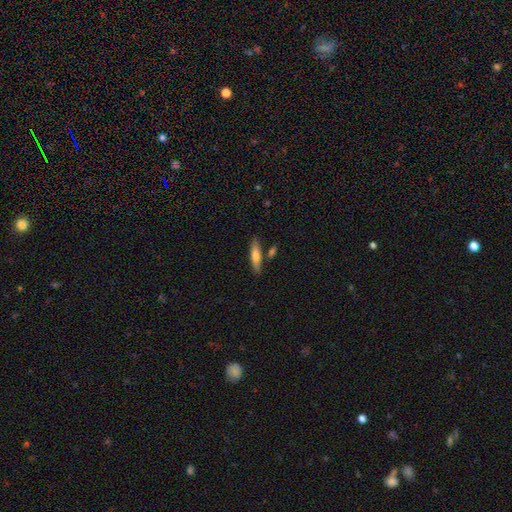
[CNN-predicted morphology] smooth 66%, featured or disk 27%, star or artifact 6%. Down the decision tree: how rounded — cigar-shaped (73%); merging — none (78%).